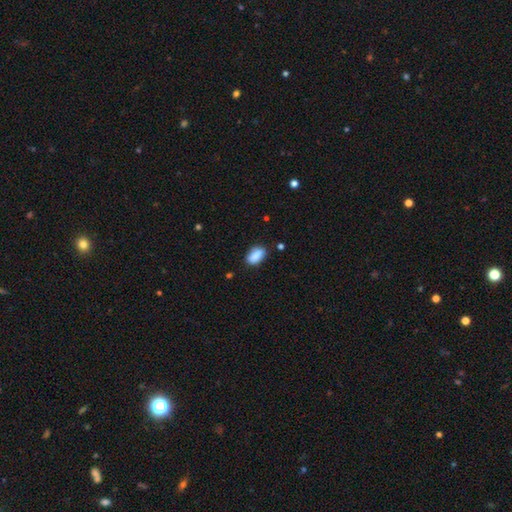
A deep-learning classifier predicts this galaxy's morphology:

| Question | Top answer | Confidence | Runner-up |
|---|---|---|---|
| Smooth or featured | smooth | 87% | star or artifact (8%) |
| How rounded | in between | 88% | cigar-shaped (6%) |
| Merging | none | 78% | minor disturbance (16%) |